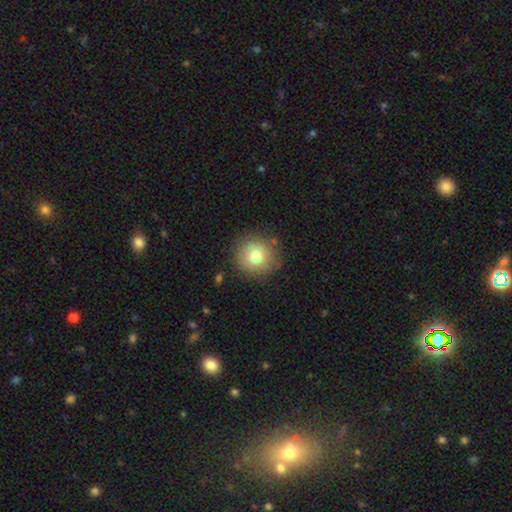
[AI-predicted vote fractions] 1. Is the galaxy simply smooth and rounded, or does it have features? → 78% smooth, 12% featured or disk, 10% star or artifact.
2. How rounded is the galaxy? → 93% round, 6% in between, 1% cigar-shaped.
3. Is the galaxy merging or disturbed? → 84% none, 11% minor disturbance, 3% major disturbance, 2% merger.